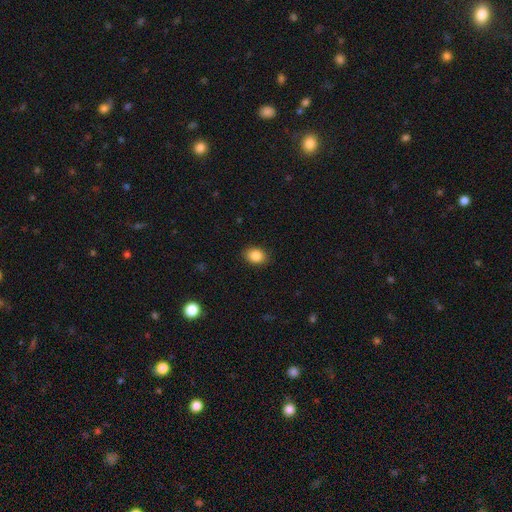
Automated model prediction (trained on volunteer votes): smooth_or_featured: smooth (p=0.87) [alt: star or artifact p=0.09]
how_rounded: in between (p=0.66) [alt: round p=0.33]
merging: none (p=0.89) [alt: minor disturbance p=0.08]